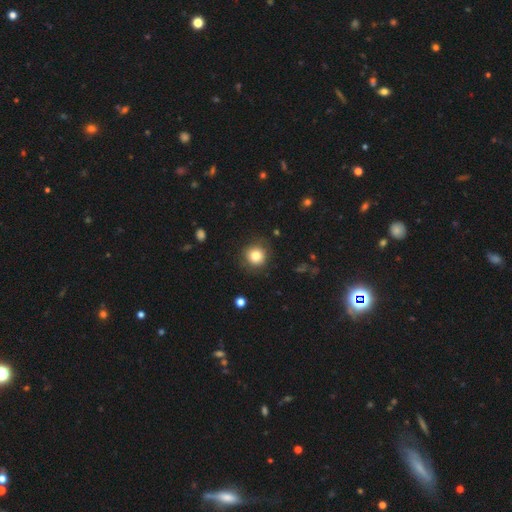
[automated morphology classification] A smooth galaxy with no disk features (81%) that is round (91%).

Vote fractions:
- Smooth or featured? smooth: 81% / star or artifact: 10% / featured or disk: 8%
- How rounded? round: 91% / in between: 8% / cigar-shaped: 1%
- Merging? none: 84% / minor disturbance: 11% / major disturbance: 4% / merger: 1%